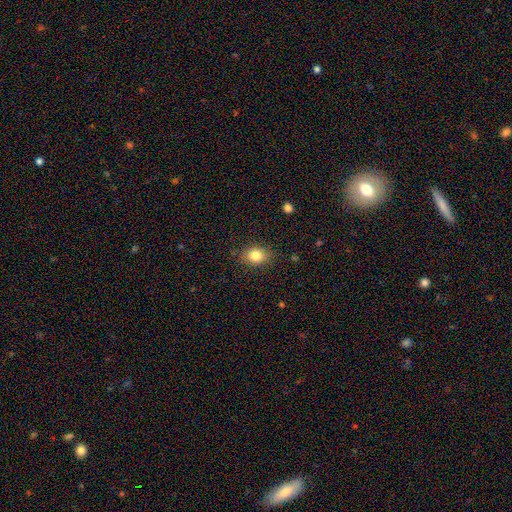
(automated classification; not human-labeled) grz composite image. It shows a smooth galaxy with no disk features (82%) that is in between round and cigar-shaped (63%). Merging: none (85%).